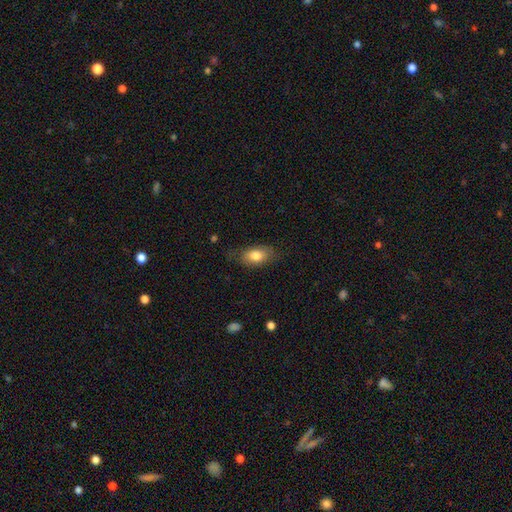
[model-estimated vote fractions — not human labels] This is likely a smooth galaxy (79%). How rounded: clearly in between (88%). Merging: likely none (74%).